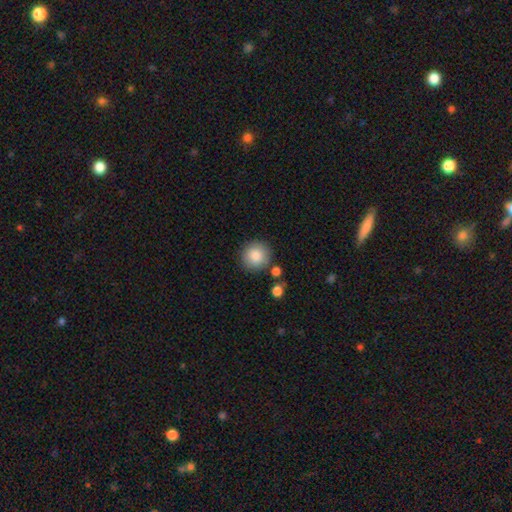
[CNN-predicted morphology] Smooth or featured? Predicted: smooth (p=0.87). How rounded? Predicted: round (p=0.92). Merging? Predicted: none (p=0.83).